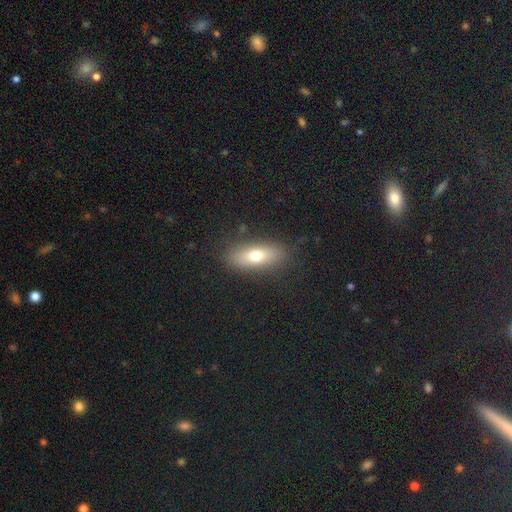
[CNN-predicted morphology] Smooth or featured?
  - smooth: 71% *
  - featured or disk: 20%
  - star or artifact: 9%
How rounded?
  - in between: 68% *
  - cigar-shaped: 27%
  - round: 5%
Merging?
  - none: 85% *
  - minor disturbance: 11%
  - major disturbance: 4%
  - merger: 1%